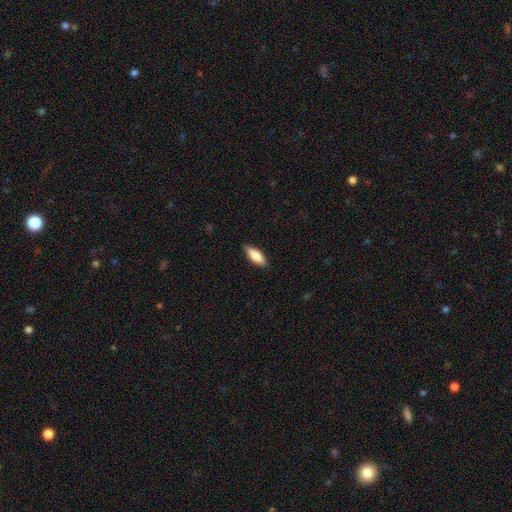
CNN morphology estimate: This appears to be a smooth galaxy with no disk features (76%) that is in between round and cigar-shaped (64%). Merging: none (85%).